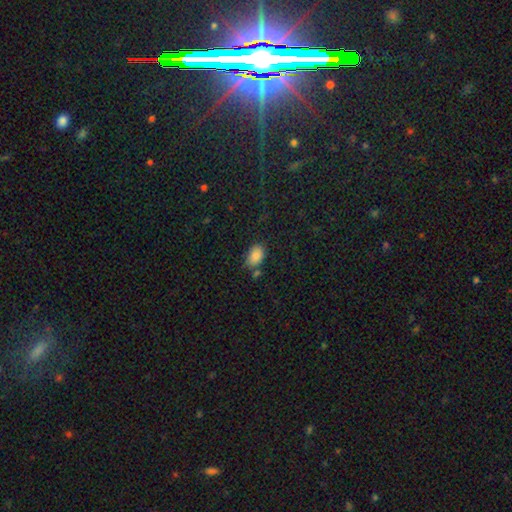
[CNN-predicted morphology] Overall: smooth (86%). How rounded: in between (87%). Merging: none (65%).